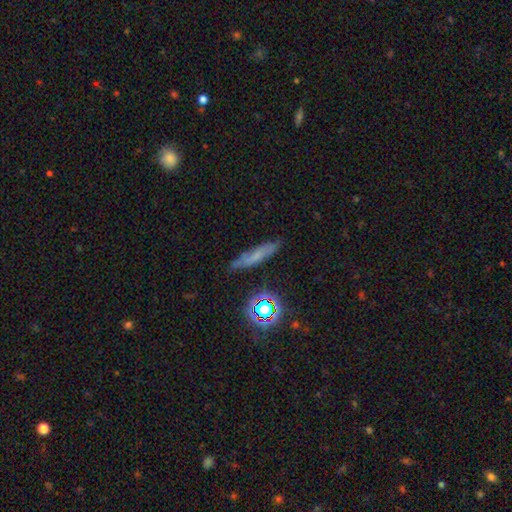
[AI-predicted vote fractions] A smooth galaxy with no disk features (49%).

Vote fractions:
- Smooth or featured? smooth: 49% / featured or disk: 29% / star or artifact: 21%
- Merging? none: 74% / minor disturbance: 18% / major disturbance: 5% / merger: 3%